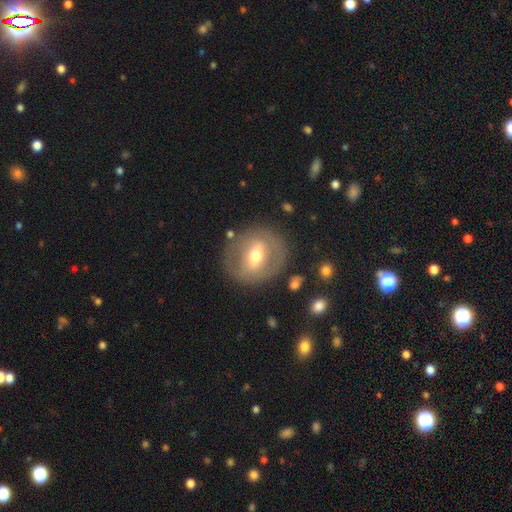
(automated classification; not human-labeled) Smooth or featured?
  - featured or disk: 60% *
  - smooth: 33%
  - star or artifact: 6%
Edge-on disk?
  - no: 91% *
  - yes: 9%
Bar?
  - strong: 42% *
  - weak: 38%
  - no: 20%
Spiral arms?
  - no: 72% *
  - yes: 28%
Bulge size?
  - moderate: 70% *
  - small: 19%
  - large: 8%
  - dominant: 1%
  - none: 1%
Merging?
  - none: 79% *
  - minor disturbance: 13%
  - major disturbance: 6%
  - merger: 2%